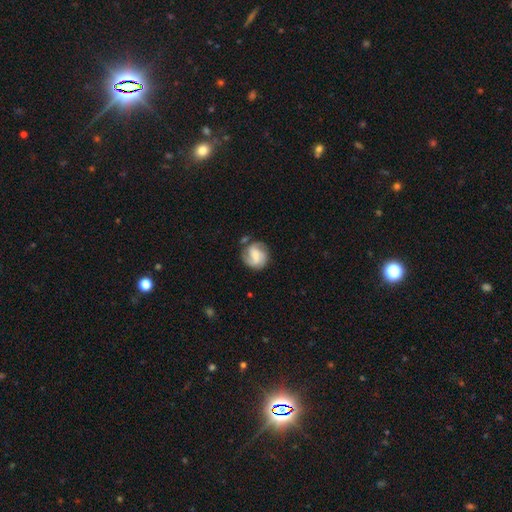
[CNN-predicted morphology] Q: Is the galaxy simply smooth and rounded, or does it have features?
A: featured or disk — 63%.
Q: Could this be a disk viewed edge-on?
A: no — 98%.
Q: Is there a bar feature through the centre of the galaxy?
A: weak — 47%.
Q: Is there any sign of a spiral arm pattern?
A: yes — 91%.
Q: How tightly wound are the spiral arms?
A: medium — 45%.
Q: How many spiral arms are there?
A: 2 — 38%.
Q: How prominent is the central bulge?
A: small — 38%.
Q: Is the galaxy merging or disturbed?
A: none — 66%.